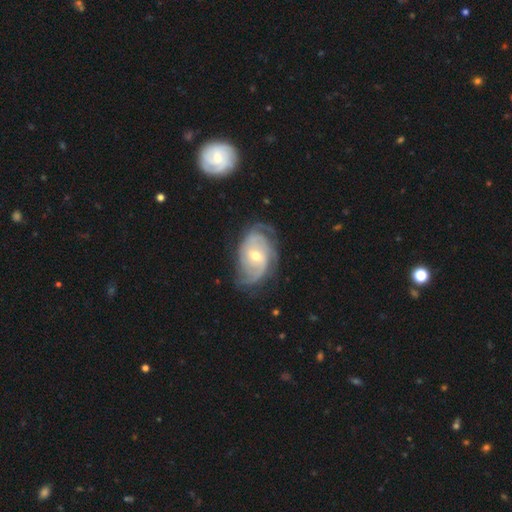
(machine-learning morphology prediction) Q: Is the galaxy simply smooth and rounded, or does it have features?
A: featured or disk — 87%.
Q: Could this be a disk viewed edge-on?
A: no — 96%.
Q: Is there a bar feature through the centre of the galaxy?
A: no — 51%.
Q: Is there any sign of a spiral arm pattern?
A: yes — 96%.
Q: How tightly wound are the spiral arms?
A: tight — 57%.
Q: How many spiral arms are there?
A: can't tell — 29%.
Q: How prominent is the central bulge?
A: moderate — 55%.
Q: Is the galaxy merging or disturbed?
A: none — 69%.